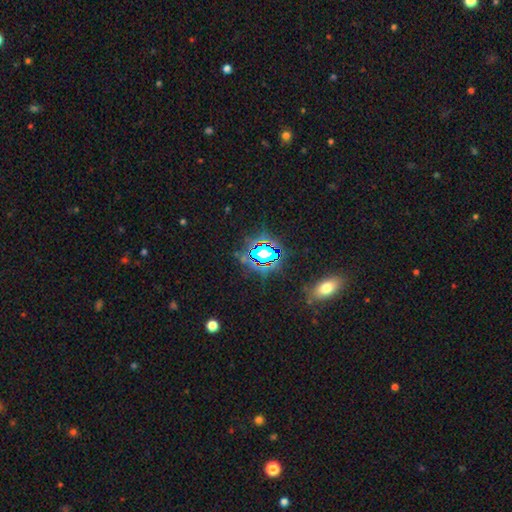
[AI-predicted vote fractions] star or artifact 76%, smooth 14%, featured or disk 10%.